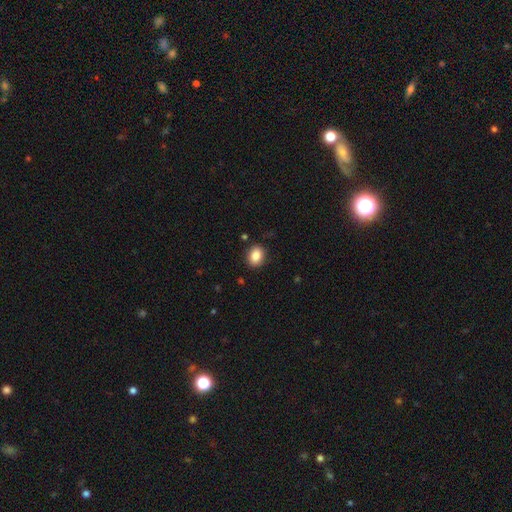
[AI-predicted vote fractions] Overall: smooth (86%). How rounded: in between (53%; round 46%). Merging: none (88%).